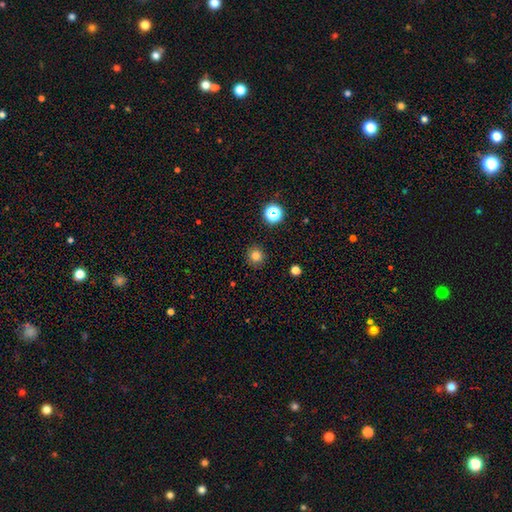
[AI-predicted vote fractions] Smooth or featured?
  - smooth: 80% *
  - star or artifact: 15%
  - featured or disk: 5%
How rounded?
  - round: 94% *
  - in between: 5%
  - cigar-shaped: 1%
Merging?
  - none: 91% *
  - minor disturbance: 6%
  - major disturbance: 2%
  - merger: 1%